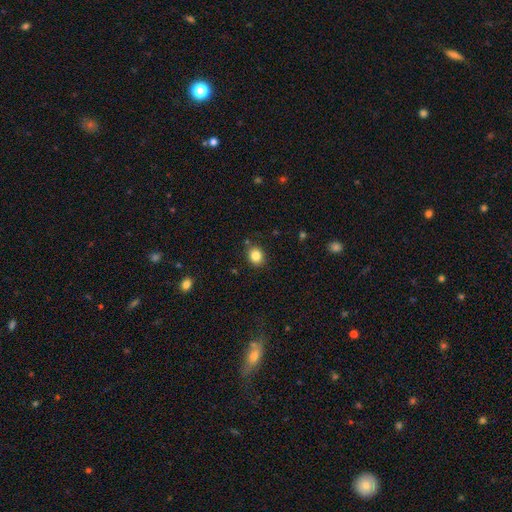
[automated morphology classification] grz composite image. It shows a smooth galaxy with no disk features (84%) that is round (70%). Merging: none (87%).